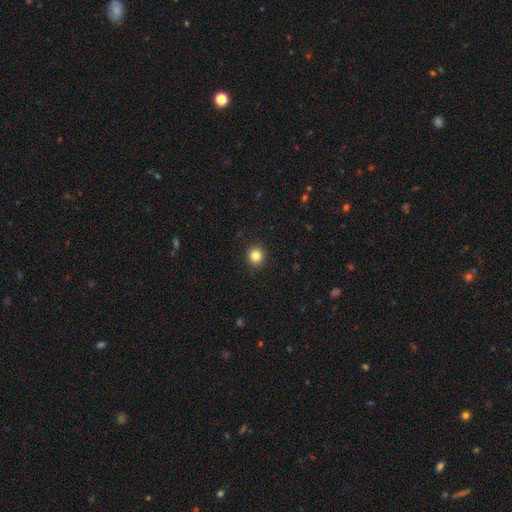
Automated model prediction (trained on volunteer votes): Smooth or featured?
  - smooth: 83% *
  - star or artifact: 11%
  - featured or disk: 5%
How rounded?
  - round: 90% *
  - in between: 9%
  - cigar-shaped: 1%
Merging?
  - none: 92% *
  - minor disturbance: 5%
  - major disturbance: 2%
  - merger: 1%